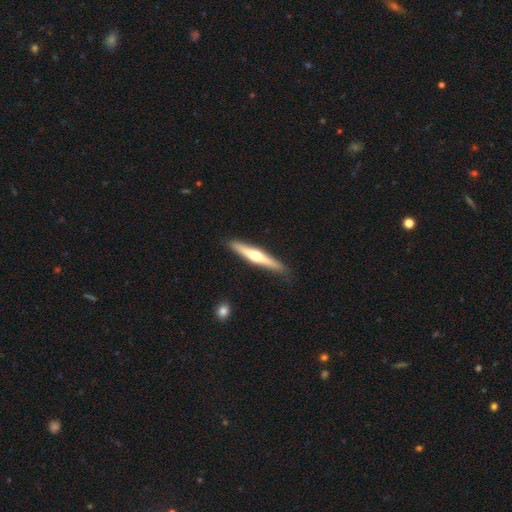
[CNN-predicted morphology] Overall: featured or disk (60%; smooth 35%). Edge-on disk: yes (96%). Edge-on bulge: rounded (90%). Merging: none (89%).